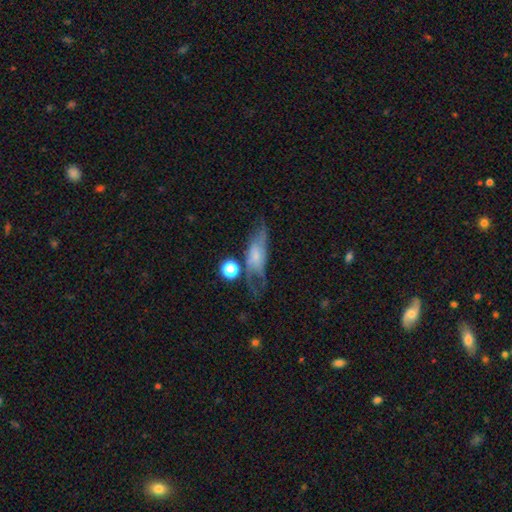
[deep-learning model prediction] This is possibly a featured or disk galaxy (48%). Merging: marginally none (40%).